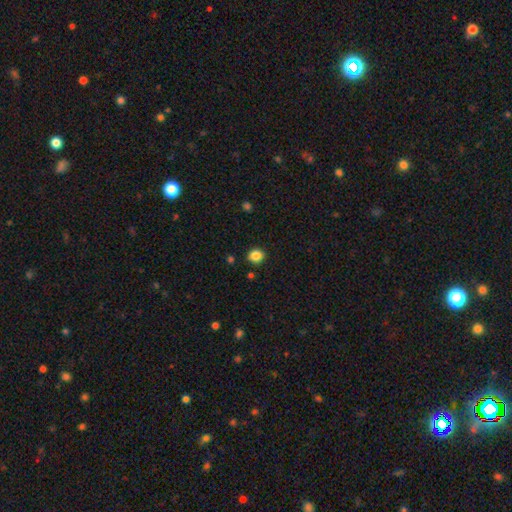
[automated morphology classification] The model was most divided on "how rounded": round: 77%, in between: 22%, cigar-shaped: 1%. More confident: merging — none (89%); smooth or featured — smooth (86%).